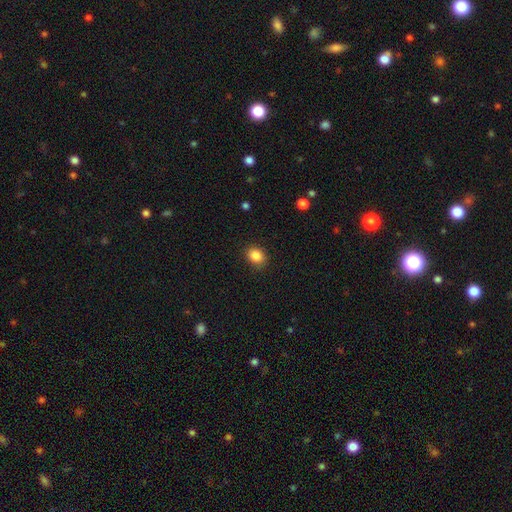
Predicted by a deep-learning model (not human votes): Q: Smooth or featured?
A: smooth (86%); runner-up: star or artifact (10%)
Q: How rounded?
A: round (54%); runner-up: in between (45%)
Q: Merging?
A: none (87%); runner-up: minor disturbance (10%)